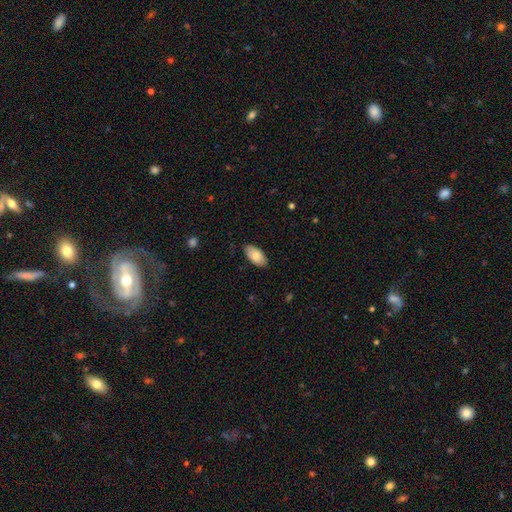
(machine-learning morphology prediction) The model was most divided on "smooth or featured": smooth: 81%, featured or disk: 13%, star or artifact: 6%. More confident: how rounded — in between (95%); merging — none (86%).